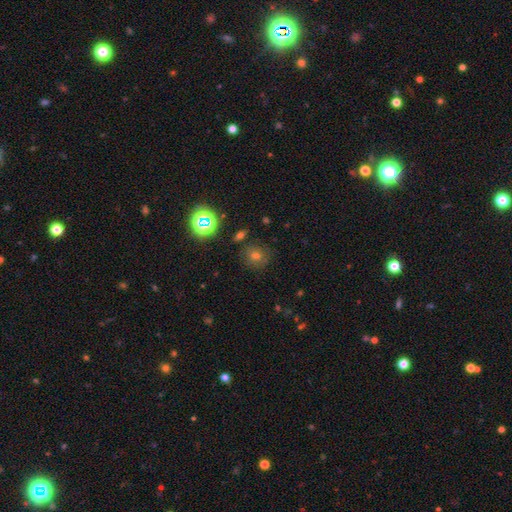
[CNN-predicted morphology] A smooth galaxy with no disk features (59%) that is round (86%). Merging: none (82%).